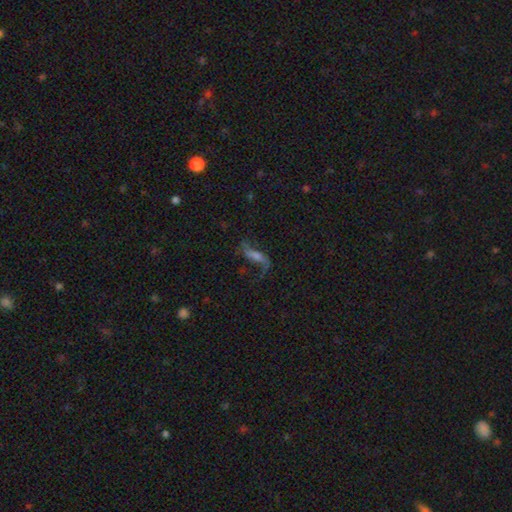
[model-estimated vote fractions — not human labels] Smooth or featured? featured or disk (70%)
Edge-on disk? no (83%)
Bar? weak (35%)
Spiral arms? yes (90%)
Spiral winding? loose (86%)
Spiral arm count? 2 (85%)
Bulge size? small (35%)
Merging? none (60%)